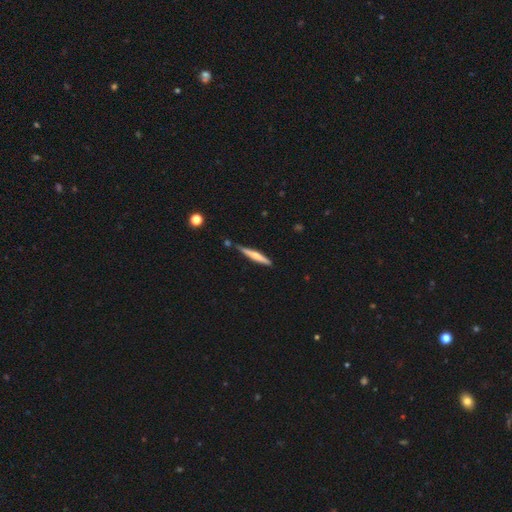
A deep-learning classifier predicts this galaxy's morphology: Smooth or featured?
  - featured or disk: 47% * (tied)
  - smooth: 47% * (tied)
  - star or artifact: 6%
Merging?
  - none: 78% *
  - minor disturbance: 15%
  - merger: 5%
  - major disturbance: 3%